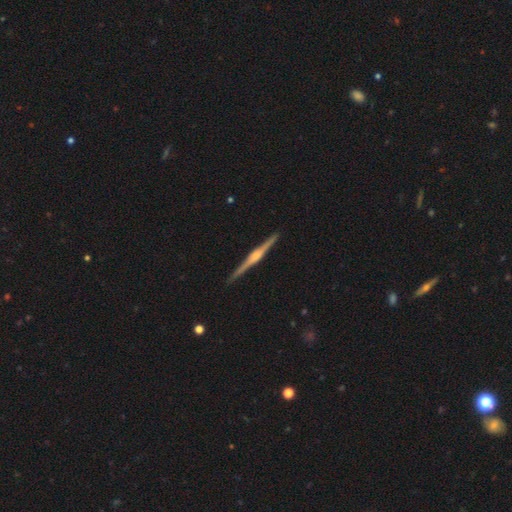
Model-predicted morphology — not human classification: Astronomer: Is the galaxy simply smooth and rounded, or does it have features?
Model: featured or disk — 85%.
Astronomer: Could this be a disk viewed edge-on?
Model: yes — 99%.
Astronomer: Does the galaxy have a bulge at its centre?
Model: rounded — 81%.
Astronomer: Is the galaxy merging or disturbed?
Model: none — 92%.